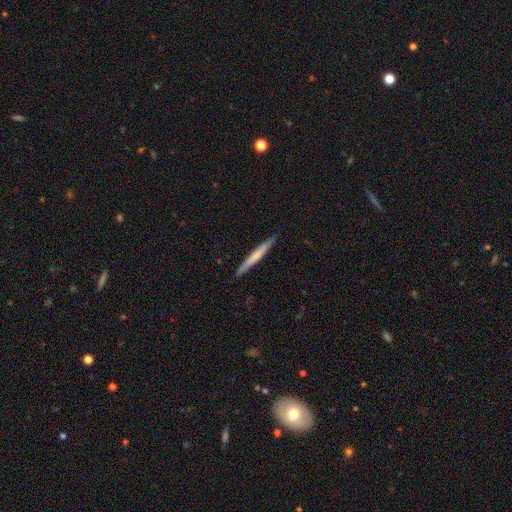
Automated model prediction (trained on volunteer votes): A smooth galaxy with no disk features (57%) that is cigar-shaped (96%). Merging: none (90%).